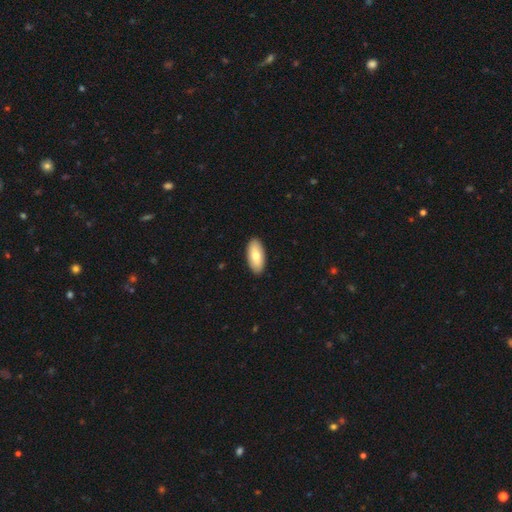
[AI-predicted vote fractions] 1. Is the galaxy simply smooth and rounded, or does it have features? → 77% smooth, 18% featured or disk, 5% star or artifact.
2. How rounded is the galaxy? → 92% in between, 6% cigar-shaped, 2% round.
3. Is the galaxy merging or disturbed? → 91% none, 7% minor disturbance, 1% major disturbance, 1% merger.